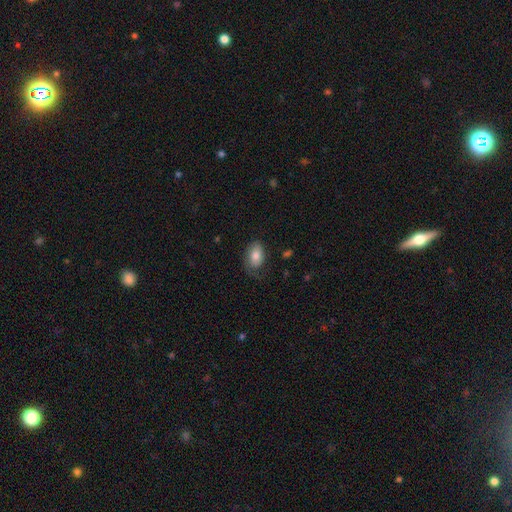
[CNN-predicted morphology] A smooth galaxy with no disk features (75%) that is in between round and cigar-shaped (89%). Merging: none (57%).